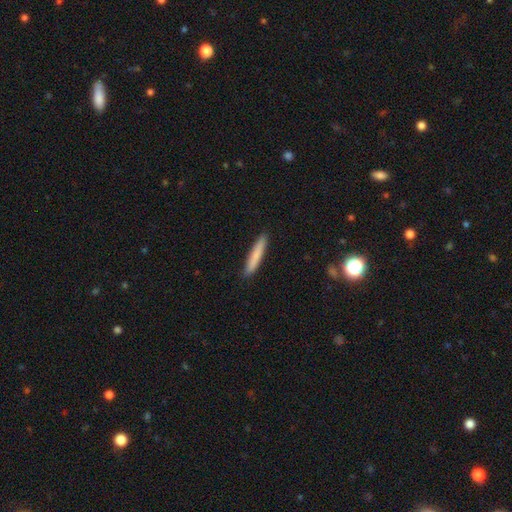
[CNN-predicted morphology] Smooth or featured? Predicted: smooth (p=0.79). How rounded? Predicted: cigar-shaped (p=0.94). Merging? Predicted: none (p=0.91).